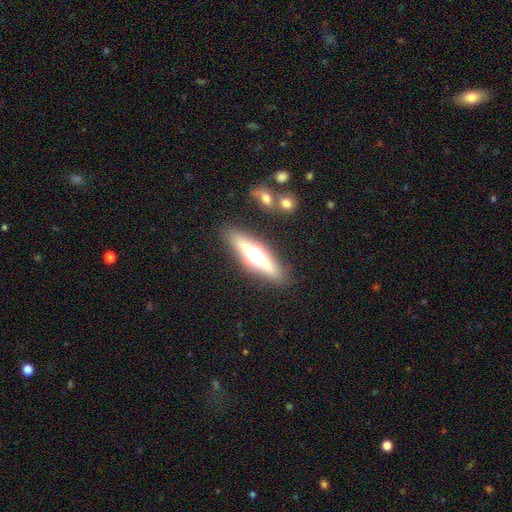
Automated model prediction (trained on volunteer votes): featured or disk 58%, smooth 34%, star or artifact 8%. Down the decision tree: edge-on disk — yes (91%); edge-on bulge — rounded (91%); merging — none (85%).